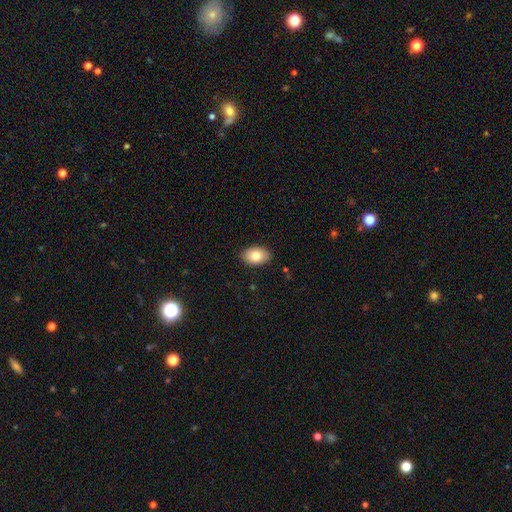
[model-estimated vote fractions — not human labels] Smooth or featured? smooth (81%)
How rounded? in between (88%)
Merging? none (88%)